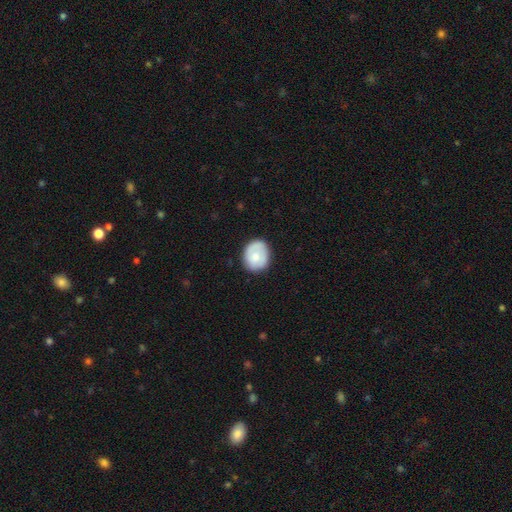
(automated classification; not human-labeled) The model was most divided on "how rounded": round: 63%, in between: 37%, cigar-shaped: 1%. More confident: merging — none (76%); smooth or featured — smooth (68%).